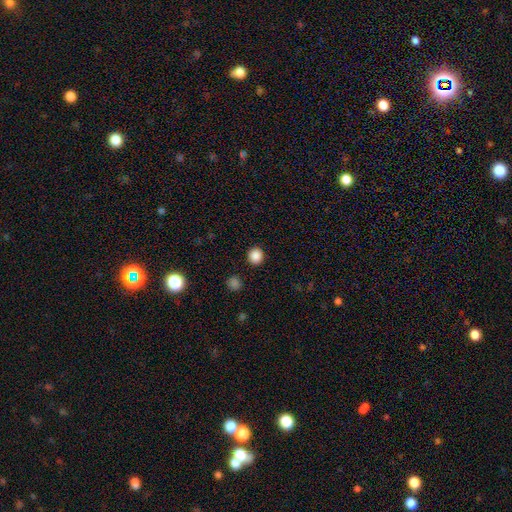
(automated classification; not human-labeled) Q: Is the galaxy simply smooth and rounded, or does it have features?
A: smooth — 87%.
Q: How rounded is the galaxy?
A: round — 92%.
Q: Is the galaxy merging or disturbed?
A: none — 92%.